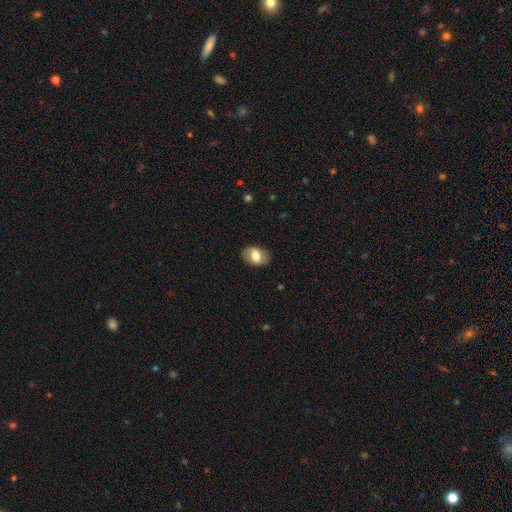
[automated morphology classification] smooth_or_featured: smooth (p=0.70) [alt: featured or disk p=0.23]
how_rounded: in between (p=0.83) [alt: round p=0.16]
merging: none (p=0.84) [alt: minor disturbance p=0.11]